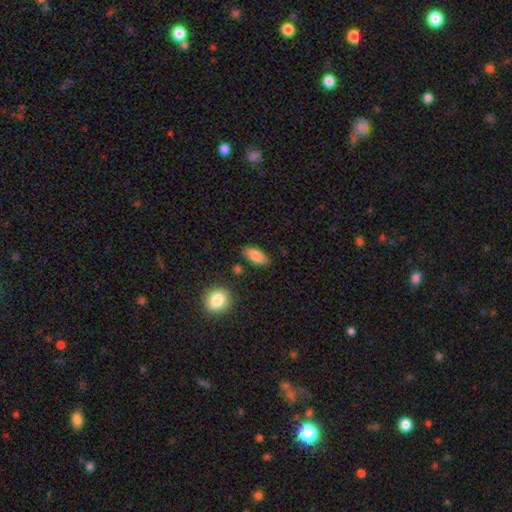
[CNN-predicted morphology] smooth 84%, featured or disk 9%, star or artifact 7%. Down the decision tree: how rounded — in between (89%); merging — none (79%).